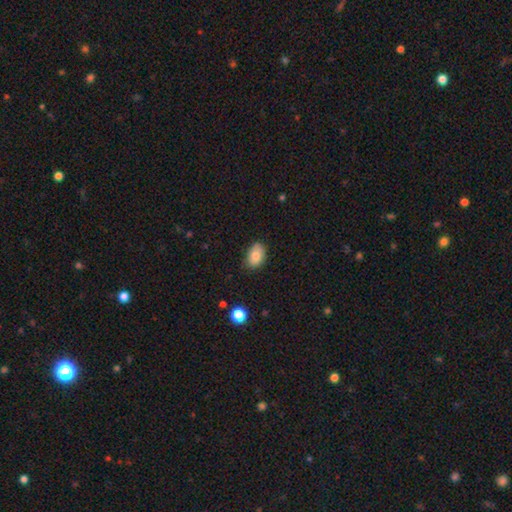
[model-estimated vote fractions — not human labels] A smooth galaxy with no disk features (83%) that is in between round and cigar-shaped (87%). Merging: none (76%).